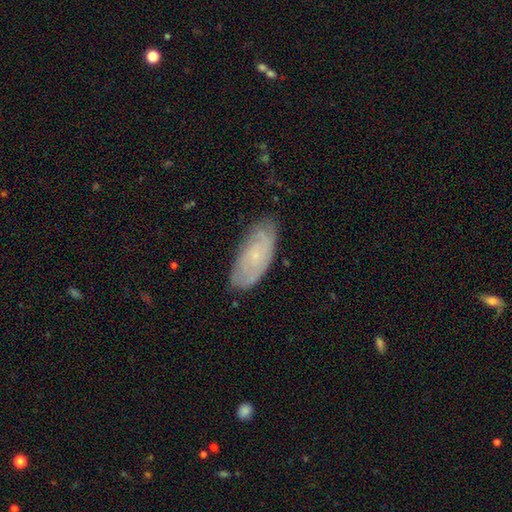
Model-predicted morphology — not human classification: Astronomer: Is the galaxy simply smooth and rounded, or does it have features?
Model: featured or disk — 57% (runner-up: smooth, 35%).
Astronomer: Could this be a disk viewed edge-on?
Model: no — 89%.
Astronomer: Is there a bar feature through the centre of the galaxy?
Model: no — 80%.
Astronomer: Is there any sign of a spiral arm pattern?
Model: yes — 78%.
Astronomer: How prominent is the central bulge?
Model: small — 82%.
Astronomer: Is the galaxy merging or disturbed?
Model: none — 72%.